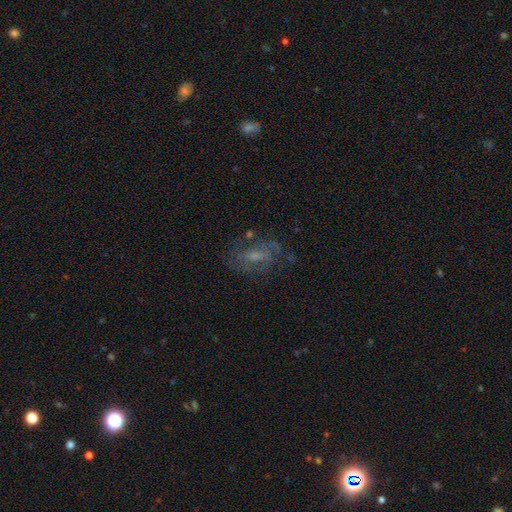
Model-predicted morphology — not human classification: The model was most divided on "bulge size": moderate: 36%, small: 35%, none: 21%, large: 6%, dominant: 1%. Remaining: edge-on disk — no (93%); spiral arms — yes (74%); merging — none (64%); smooth or featured — featured or disk (59%); bar — weak (47%).